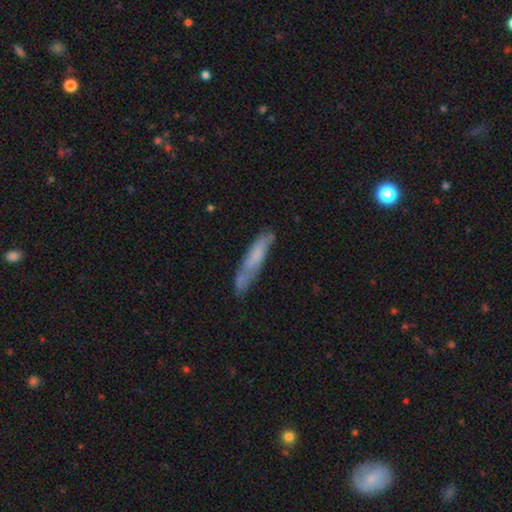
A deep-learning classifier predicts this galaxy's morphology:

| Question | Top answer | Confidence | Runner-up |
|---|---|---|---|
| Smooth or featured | smooth | 66% | featured or disk (27%) |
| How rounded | cigar-shaped | 87% | in between (12%) |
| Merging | none | 61% | minor disturbance (24%) |